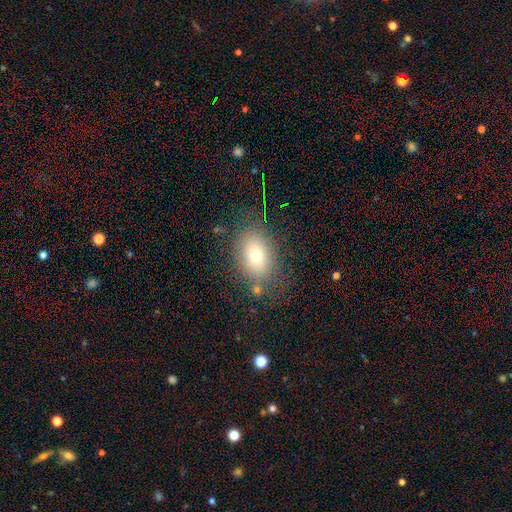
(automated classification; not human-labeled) A smooth galaxy with no disk features (73%) that is in between round and cigar-shaped (79%).

Vote fractions:
- Smooth or featured? smooth: 73% / featured or disk: 16% / star or artifact: 11%
- How rounded? in between: 79% / round: 20% / cigar-shaped: 1%
- Merging? none: 73% / minor disturbance: 16% / major disturbance: 7% / merger: 4%